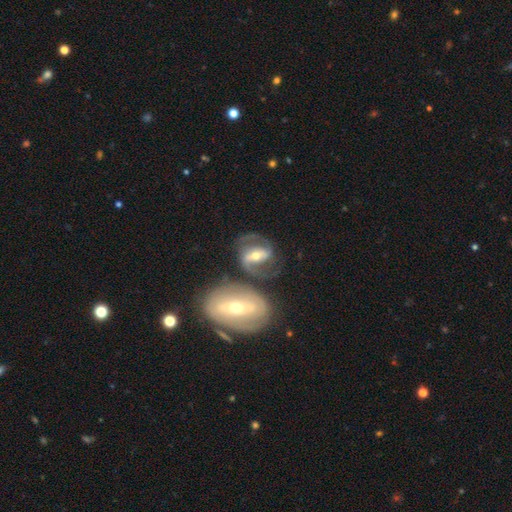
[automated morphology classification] The model was most divided on "bar": strong: 51%, weak: 31%, no: 18%. More confident: edge-on disk — no (95%); spiral arms — yes (89%); spiral arm count — 2 (85%); smooth or featured — featured or disk (80%); bulge size — moderate (61%); merging — none (53%); spiral winding — medium (52%).